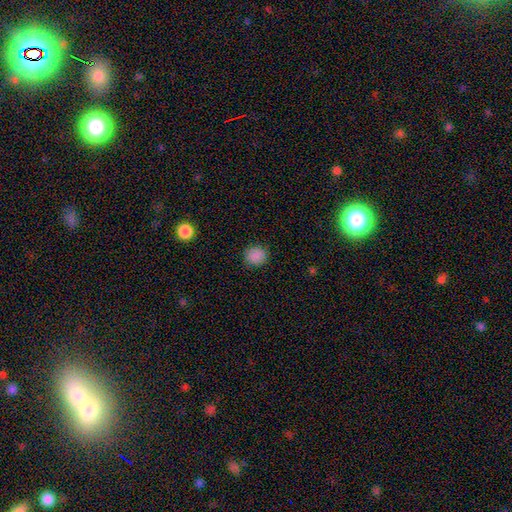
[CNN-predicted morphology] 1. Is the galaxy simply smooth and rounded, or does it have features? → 87% smooth, 10% star or artifact, 3% featured or disk.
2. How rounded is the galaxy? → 85% round, 14% in between, 1% cigar-shaped.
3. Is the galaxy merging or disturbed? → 89% none, 8% minor disturbance, 2% major disturbance, 1% merger.